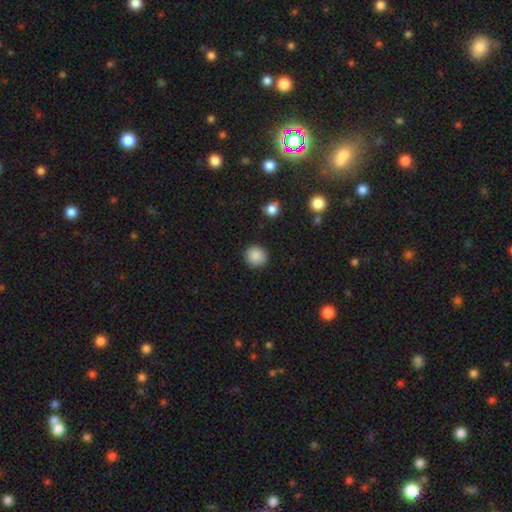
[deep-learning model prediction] smooth_or_featured: smooth (p=0.88) [alt: star or artifact p=0.09]
how_rounded: round (p=0.92) [alt: in between p=0.07]
merging: none (p=0.91) [alt: minor disturbance p=0.06]